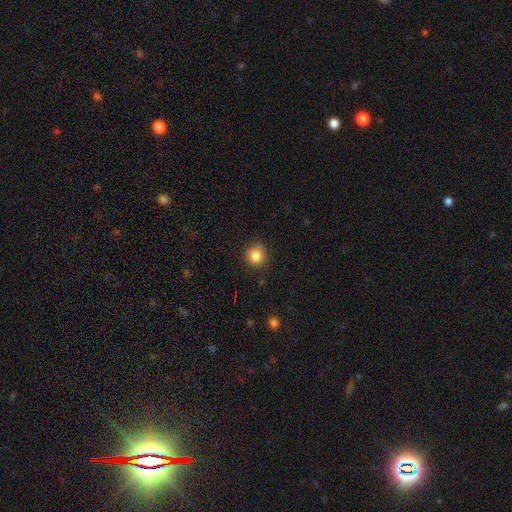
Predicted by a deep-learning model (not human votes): A smooth galaxy with no disk features (85%) that is round (88%). Merging: none (85%).